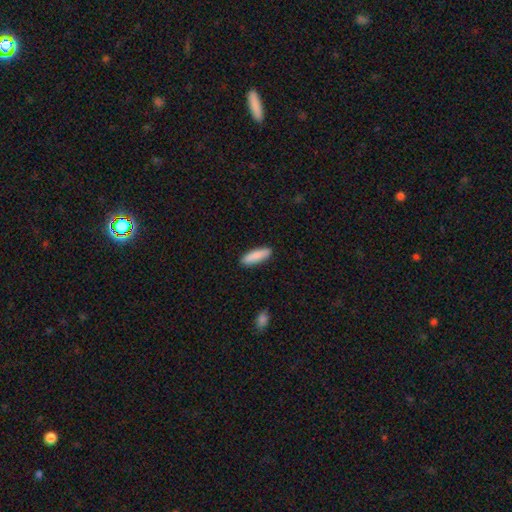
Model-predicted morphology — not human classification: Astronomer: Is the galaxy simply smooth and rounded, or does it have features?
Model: smooth — 87%.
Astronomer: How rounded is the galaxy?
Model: cigar-shaped — 57% (runner-up: in between, 41%).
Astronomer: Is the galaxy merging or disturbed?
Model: none — 89%.